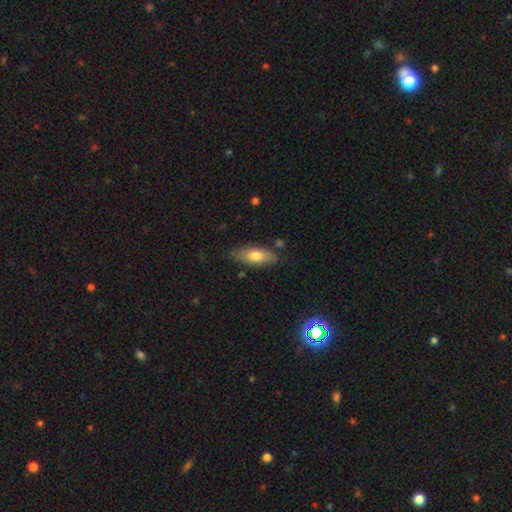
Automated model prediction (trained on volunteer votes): Smooth or featured? smooth (70%)
How rounded? in between (70%)
Merging? none (79%)